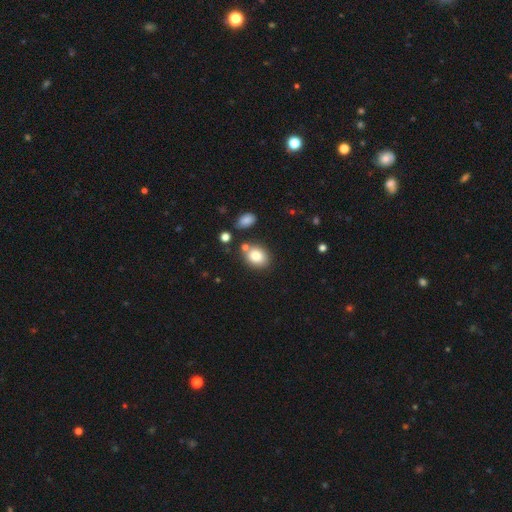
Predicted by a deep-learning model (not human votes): Smooth or featured: smooth — 83% (star or artifact — 9%)
How rounded: in between — 59% (round — 39%)
Merging: none — 71% (minor disturbance — 13%)